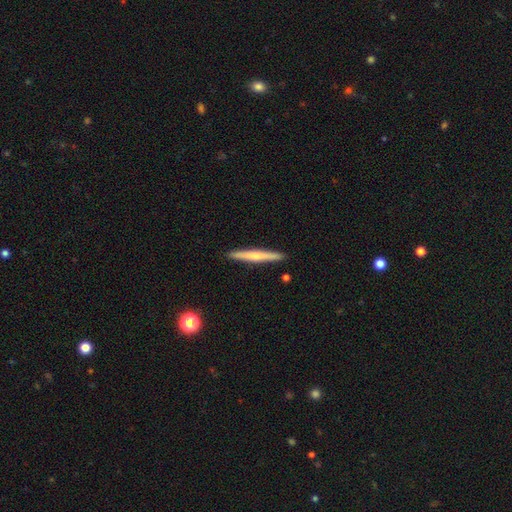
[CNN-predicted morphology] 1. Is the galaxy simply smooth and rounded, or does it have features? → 49% smooth, 45% featured or disk, 6% star or artifact.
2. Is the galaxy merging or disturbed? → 92% none, 6% minor disturbance, 1% merger, 1% major disturbance.